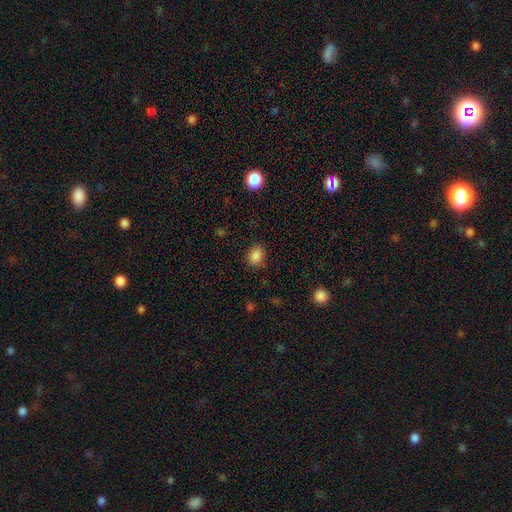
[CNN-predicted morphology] This appears to be a smooth galaxy with no disk features (86%) that is in between round and cigar-shaped (56%). Merging: none (85%).